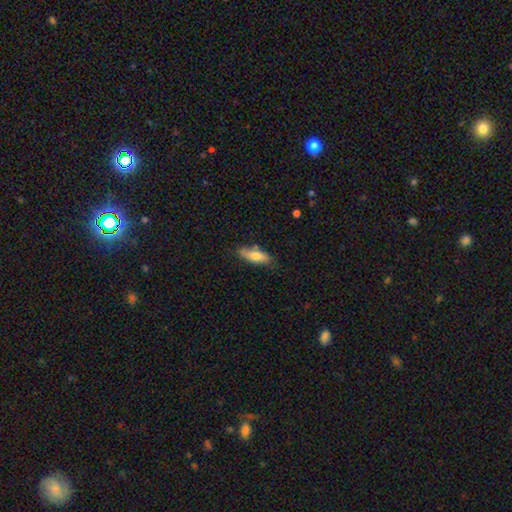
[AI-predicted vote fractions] Smooth or featured? Predicted: smooth (p=0.74). How rounded? Predicted: in between (p=0.56). Merging? Predicted: none (p=0.72).